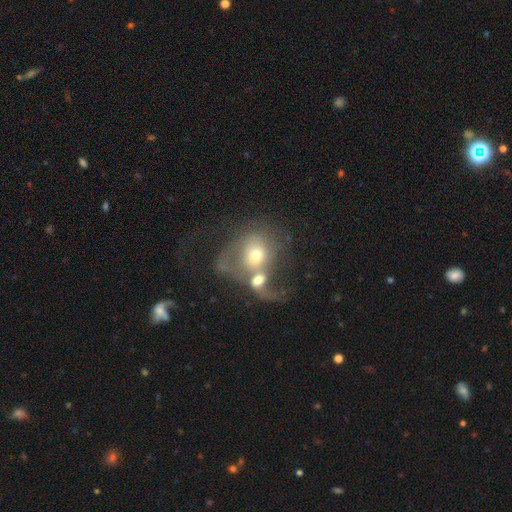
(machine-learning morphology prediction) Q: Smooth or featured?
A: featured or disk (54%); runner-up: smooth (35%)
Q: Edge-on disk?
A: no (96%); runner-up: yes (4%)
Q: Bar?
A: no (77%); runner-up: weak (18%)
Q: Spiral arms?
A: yes (52%); runner-up: no (48%)
Q: Bulge size?
A: moderate (60%); runner-up: small (29%)
Q: Merging?
A: merger (70%); runner-up: major disturbance (14%)